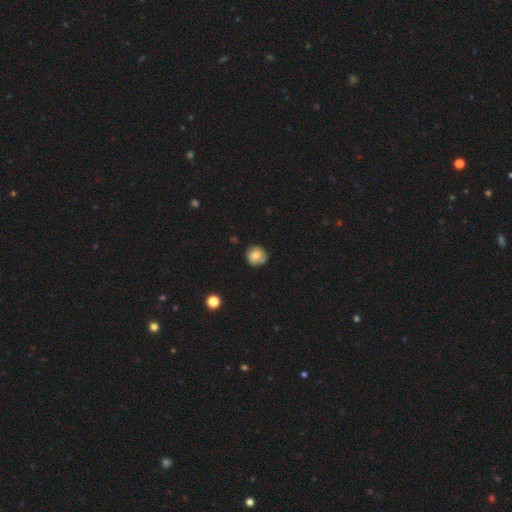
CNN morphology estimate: smooth 75%, featured or disk 16%, star or artifact 9%. Down the decision tree: how rounded — round (90%); merging — none (75%).